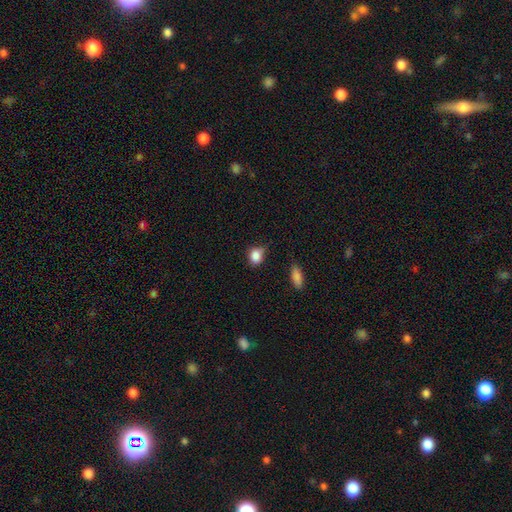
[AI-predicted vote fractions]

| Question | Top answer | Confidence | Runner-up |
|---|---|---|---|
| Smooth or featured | smooth | 85% | star or artifact (10%) |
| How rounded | round | 56% | in between (43%) |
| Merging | none | 55% | minor disturbance (34%) |